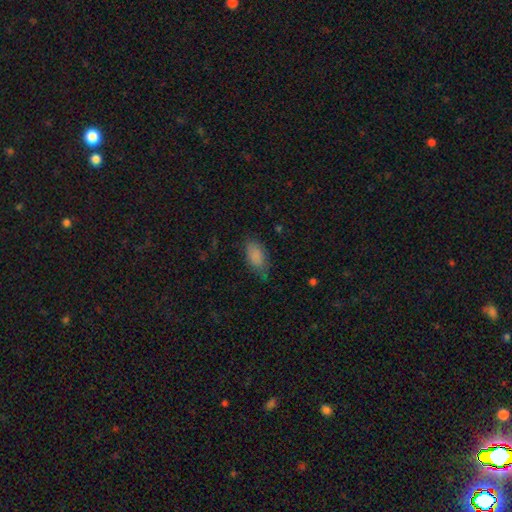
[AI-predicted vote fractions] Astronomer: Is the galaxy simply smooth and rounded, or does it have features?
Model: smooth — 85%.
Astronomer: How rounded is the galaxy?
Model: in between — 92%.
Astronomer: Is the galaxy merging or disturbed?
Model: none — 64%.